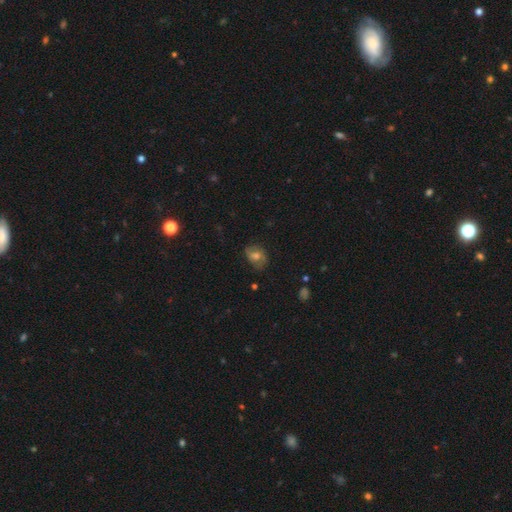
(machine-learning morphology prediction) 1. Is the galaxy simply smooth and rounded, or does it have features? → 53% smooth, 33% featured or disk, 13% star or artifact.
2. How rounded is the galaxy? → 61% in between, 38% round, 1% cigar-shaped.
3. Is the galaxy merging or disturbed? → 70% none, 21% minor disturbance, 7% major disturbance, 2% merger.